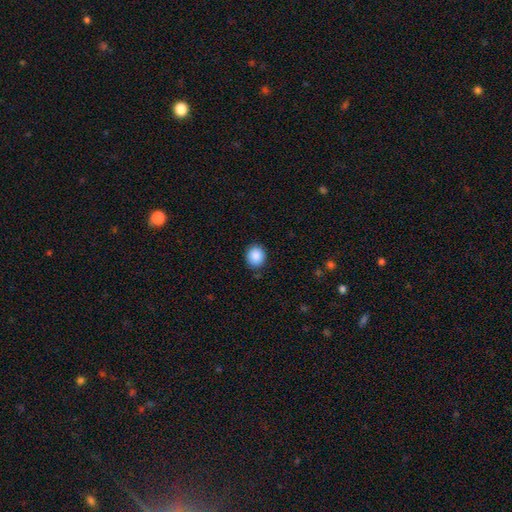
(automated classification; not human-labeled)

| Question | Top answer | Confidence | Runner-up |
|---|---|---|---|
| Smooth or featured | smooth | 89% | star or artifact (8%) |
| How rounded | round | 78% | in between (21%) |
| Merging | none | 87% | minor disturbance (10%) |